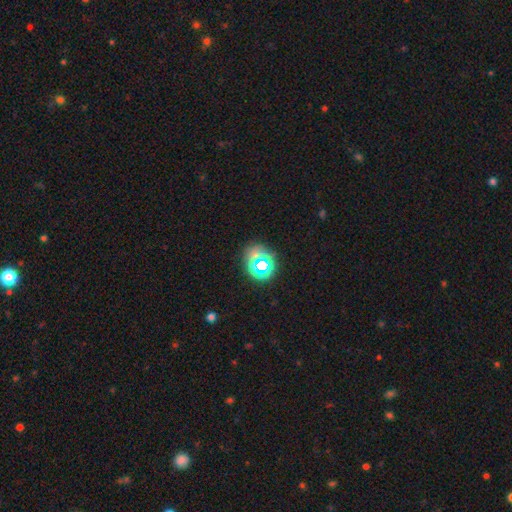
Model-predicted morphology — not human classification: Overall: star or artifact (57%; smooth 31%).